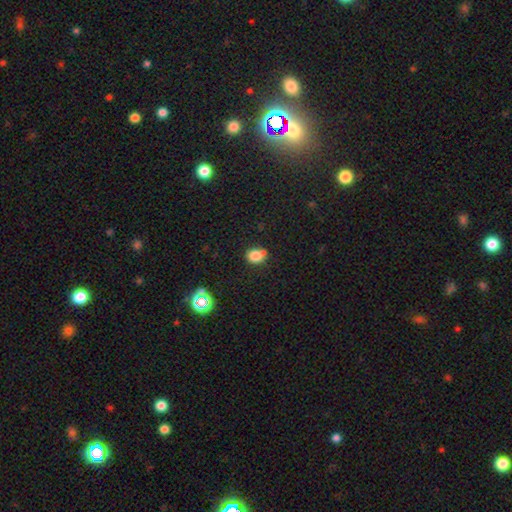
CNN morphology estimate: A smooth galaxy with no disk features (79%) that is round (59%). Merging: none (58%).